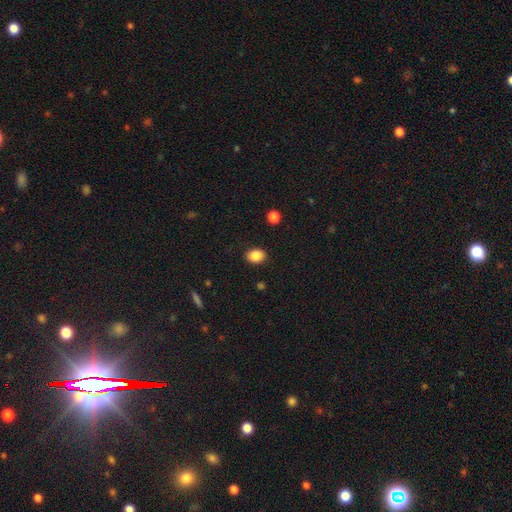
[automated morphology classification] Smooth or featured?
  - smooth: 87% *
  - star or artifact: 9%
  - featured or disk: 4%
How rounded?
  - in between: 66% *
  - round: 33%
  - cigar-shaped: 1%
Merging?
  - none: 88% *
  - minor disturbance: 8%
  - major disturbance: 2%
  - merger: 1%